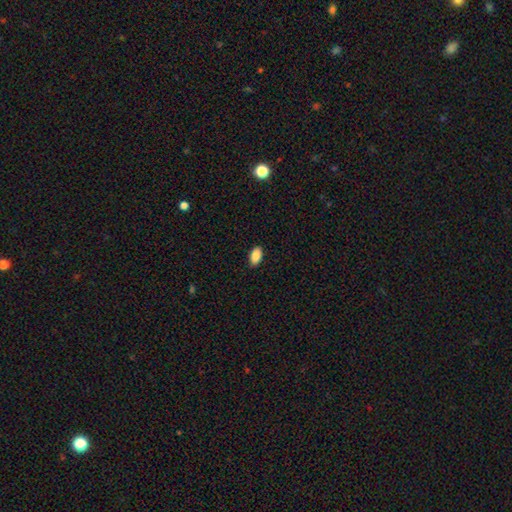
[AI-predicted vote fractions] Smooth or featured?
  - smooth: 88% *
  - star or artifact: 7%
  - featured or disk: 5%
How rounded?
  - in between: 93% *
  - round: 4%
  - cigar-shaped: 2%
Merging?
  - none: 89% *
  - minor disturbance: 8%
  - major disturbance: 2%
  - merger: 1%